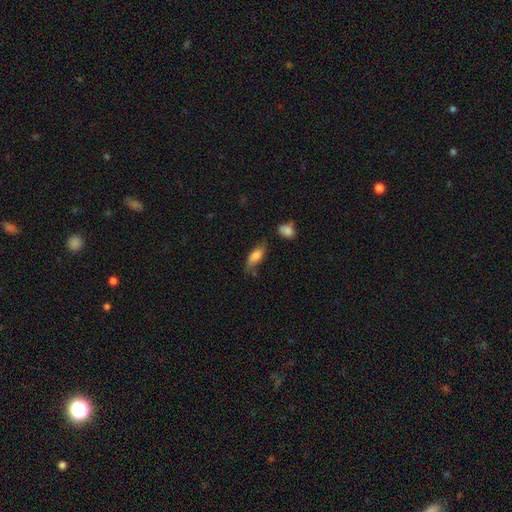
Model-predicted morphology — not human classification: Smooth or featured? Predicted: smooth (p=0.72). How rounded? Predicted: in between (p=0.74). Merging? Predicted: none (p=0.54).